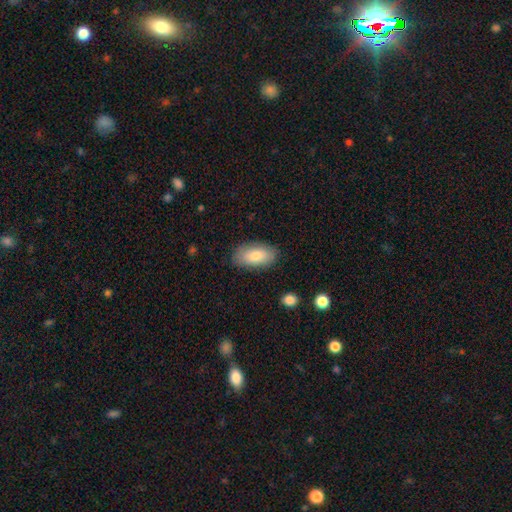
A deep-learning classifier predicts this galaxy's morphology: A smooth galaxy with no disk features (79%) that is in between round and cigar-shaped (93%).

Vote fractions:
- Smooth or featured? smooth: 79% / featured or disk: 15% / star or artifact: 6%
- How rounded? in between: 93% / cigar-shaped: 4% / round: 3%
- Merging? none: 84% / minor disturbance: 12% / major disturbance: 3% / merger: 1%